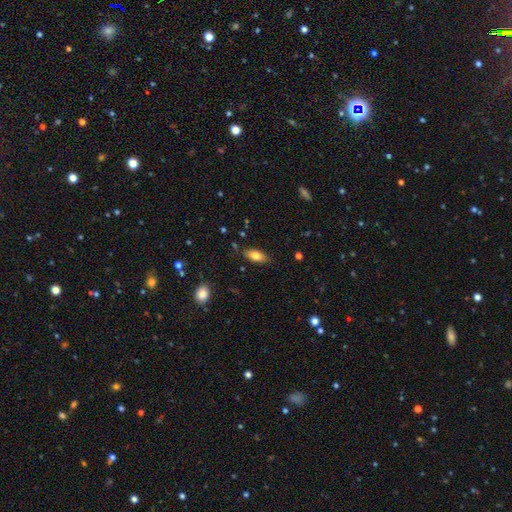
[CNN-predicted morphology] This appears to be a smooth galaxy with no disk features (78%) that is in between round and cigar-shaped (85%). Merging: none (82%).